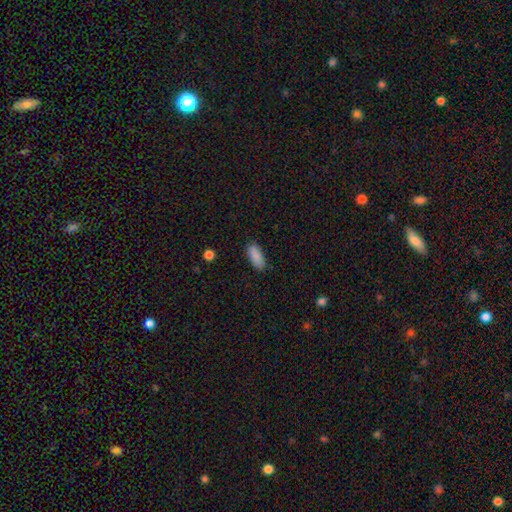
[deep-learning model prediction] A smooth galaxy with no disk features (88%) that is in between round and cigar-shaped (81%).

Vote fractions:
- Smooth or featured? smooth: 88% / star or artifact: 8% / featured or disk: 4%
- How rounded? in between: 81% / cigar-shaped: 17% / round: 2%
- Merging? none: 80% / minor disturbance: 15% / major disturbance: 3% / merger: 1%